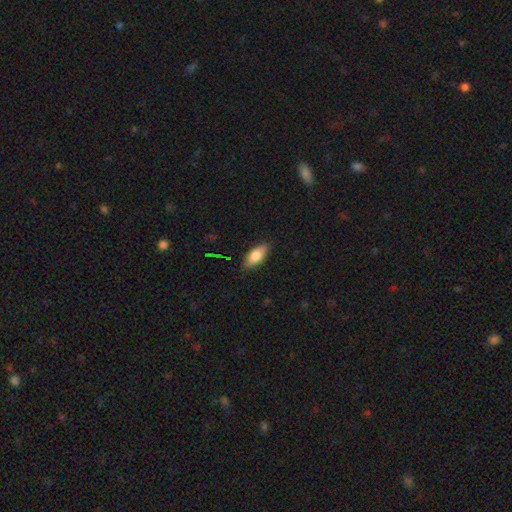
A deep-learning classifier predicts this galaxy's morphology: Smooth or featured? smooth (80%)
How rounded? in between (83%)
Merging? none (84%)